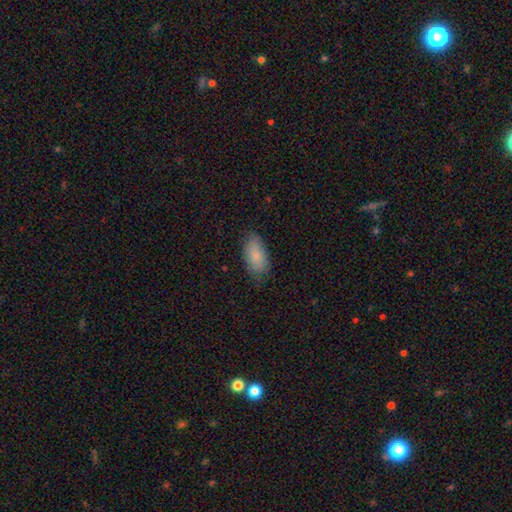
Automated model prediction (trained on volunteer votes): Overall: smooth (84%). How rounded: in between (93%). Merging: none (76%).